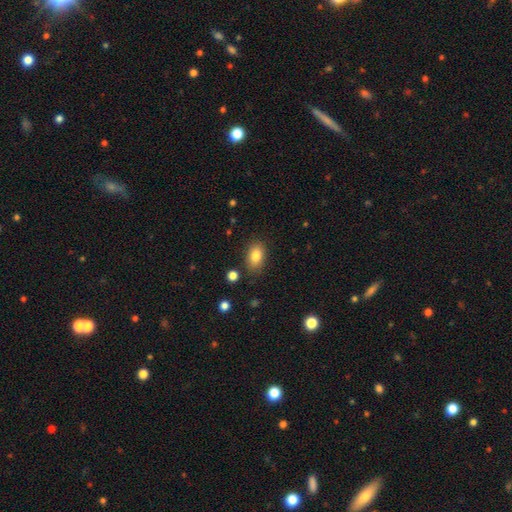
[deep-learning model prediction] Morphology: type=smooth (82%); roundness=in between (86%); merging=none (82%).